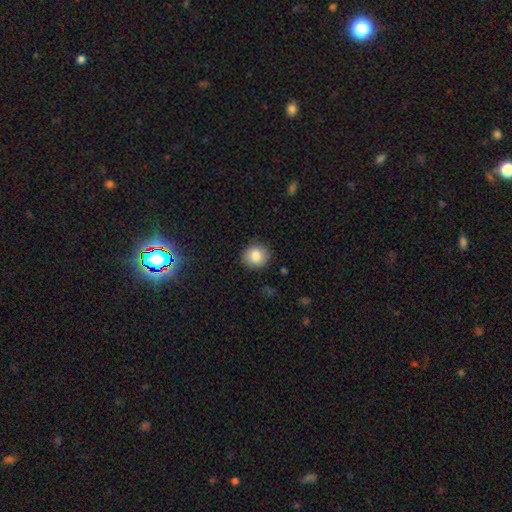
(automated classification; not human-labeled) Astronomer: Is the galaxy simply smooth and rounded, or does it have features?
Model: smooth — 84%.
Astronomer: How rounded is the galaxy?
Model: round — 82%.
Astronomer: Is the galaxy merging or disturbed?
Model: none — 88%.